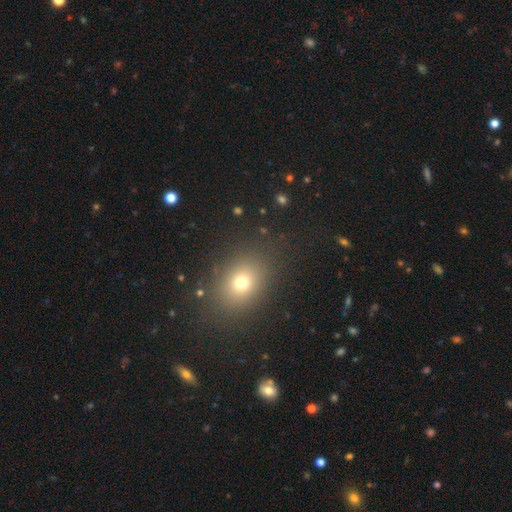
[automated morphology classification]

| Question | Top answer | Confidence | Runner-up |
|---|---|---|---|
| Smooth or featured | smooth | 64% | star or artifact (27%) |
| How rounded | in between | 53% | round (45%) |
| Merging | none | 88% | minor disturbance (7%) |